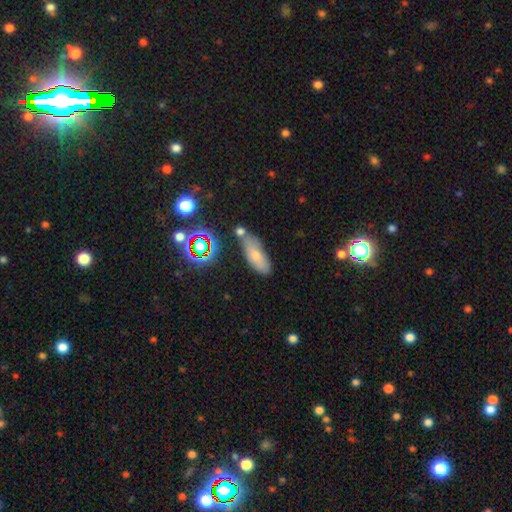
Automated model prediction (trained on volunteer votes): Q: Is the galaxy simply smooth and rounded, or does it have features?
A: smooth — 67%.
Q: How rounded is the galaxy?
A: in between — 72%.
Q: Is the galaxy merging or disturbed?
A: none — 63%.